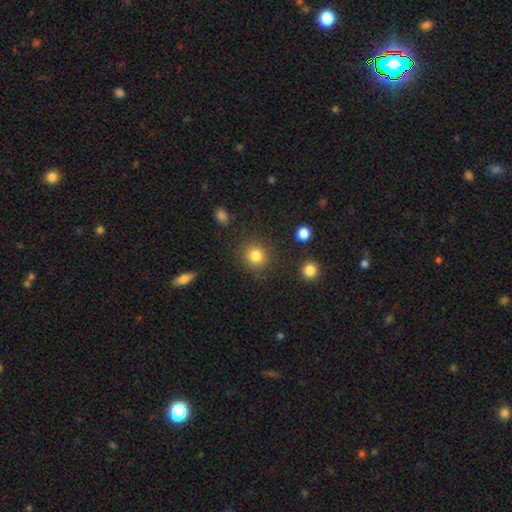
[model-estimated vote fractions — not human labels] Smooth or featured: smooth — 83% (star or artifact — 11%)
How rounded: round — 90% (in between — 9%)
Merging: none — 84% (minor disturbance — 9%)